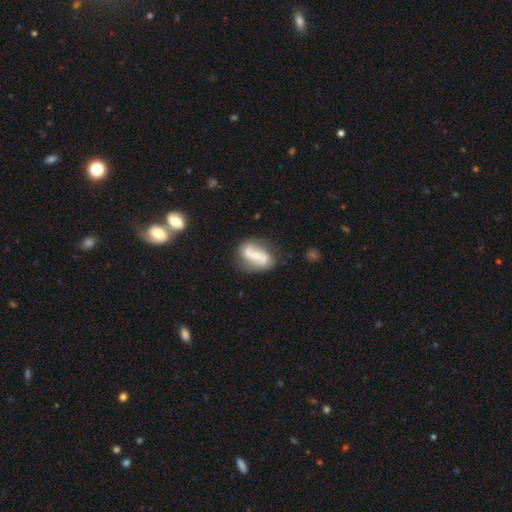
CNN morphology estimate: Overall: featured or disk (68%). Edge-on disk: no (96%). Bar: no (35%, tied with weak). Spiral arms: yes (85%). Spiral arm count: 2 (88%). Spiral winding: loose (56%; medium 31%). Bulge size: small (52%; moderate 39%). Merging: none (67%).